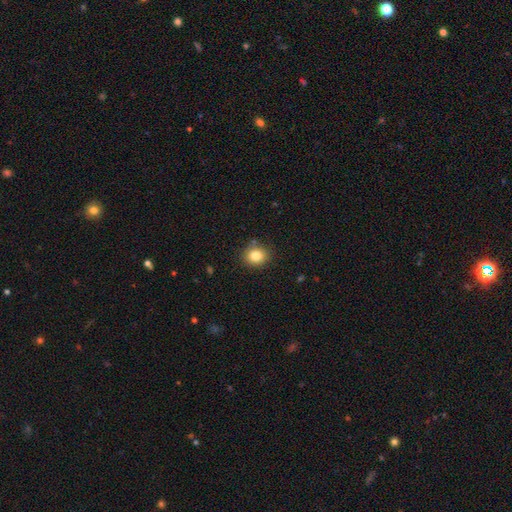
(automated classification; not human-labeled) This appears to be a smooth galaxy with no disk features (83%) that is round (74%). Merging: none (85%).